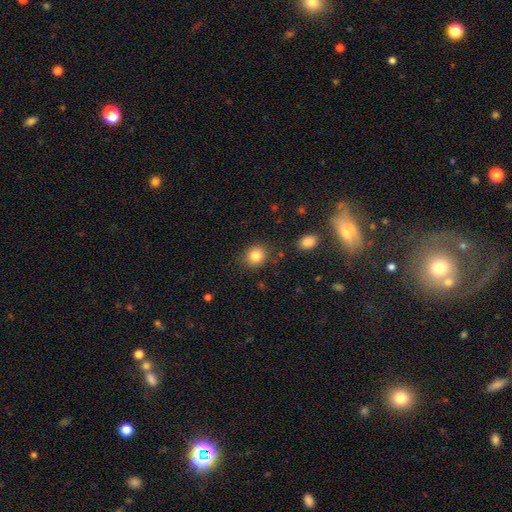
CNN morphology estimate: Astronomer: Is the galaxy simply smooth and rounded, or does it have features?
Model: smooth — 84%.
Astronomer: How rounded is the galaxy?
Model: round — 72%.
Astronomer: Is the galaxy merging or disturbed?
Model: none — 84%.